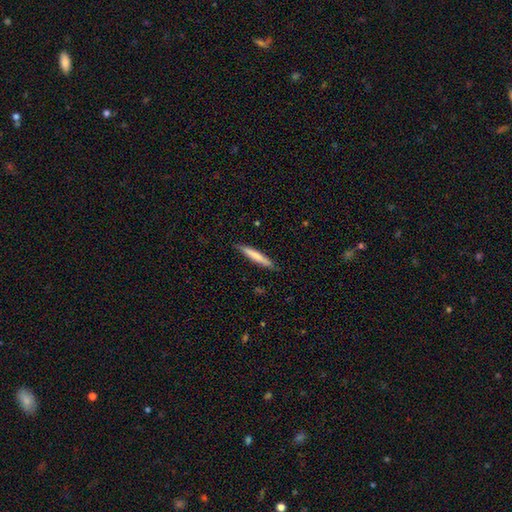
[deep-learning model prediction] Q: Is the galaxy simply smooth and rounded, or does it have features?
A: smooth — 72%.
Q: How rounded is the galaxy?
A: cigar-shaped — 94%.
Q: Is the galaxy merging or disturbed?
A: none — 85%.